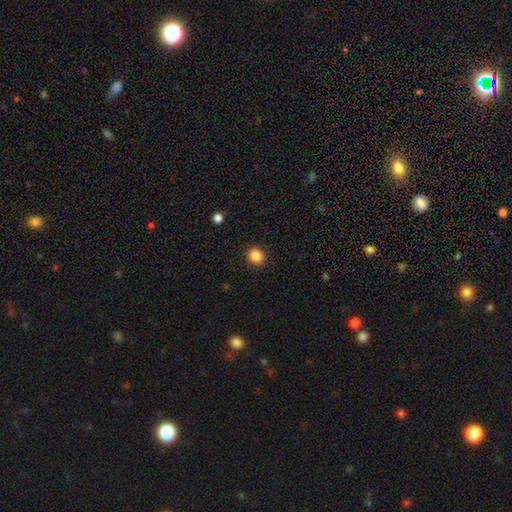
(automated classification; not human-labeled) Smooth or featured?
  - smooth: 87% *
  - star or artifact: 10%
  - featured or disk: 3%
How rounded?
  - round: 72% *
  - in between: 27%
  - cigar-shaped: 1%
Merging?
  - none: 90% *
  - minor disturbance: 7%
  - major disturbance: 2%
  - merger: 1%